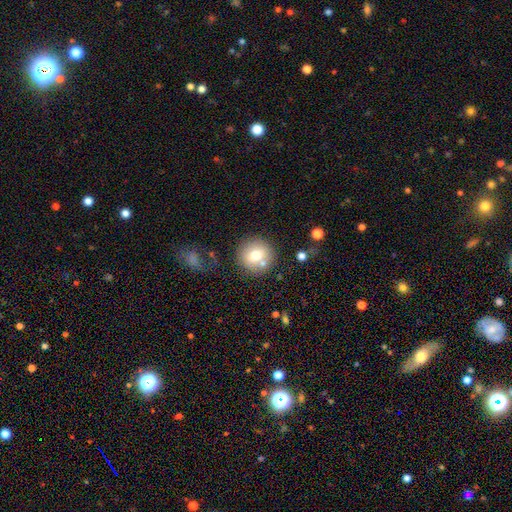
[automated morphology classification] Q: Smooth or featured?
A: smooth (72%); runner-up: featured or disk (18%)
Q: How rounded?
A: round (93%); runner-up: in between (6%)
Q: Merging?
A: none (76%); runner-up: merger (10%)